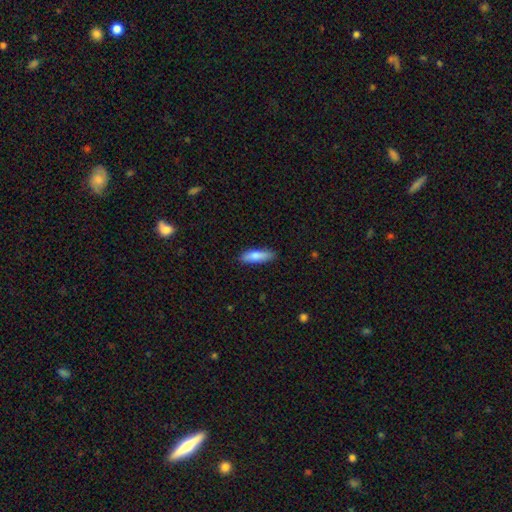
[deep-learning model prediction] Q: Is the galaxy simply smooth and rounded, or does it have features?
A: smooth — 82%.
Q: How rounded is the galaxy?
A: cigar-shaped — 58%.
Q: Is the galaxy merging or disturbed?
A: none — 86%.